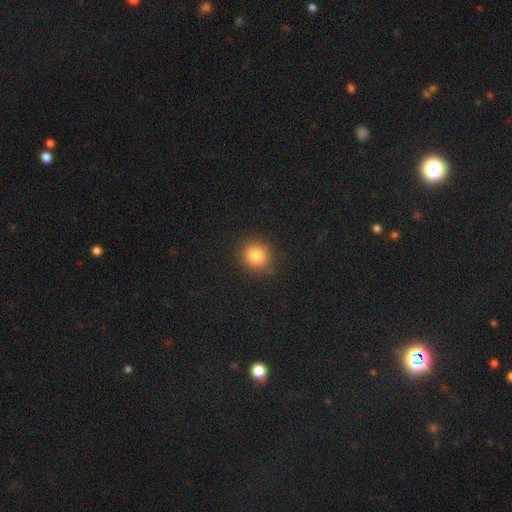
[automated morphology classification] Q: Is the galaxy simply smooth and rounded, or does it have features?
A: smooth — 82%.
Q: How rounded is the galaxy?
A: round — 85%.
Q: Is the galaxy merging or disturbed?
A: none — 86%.